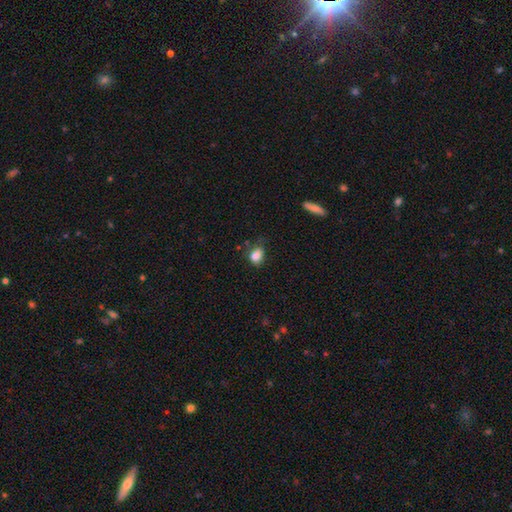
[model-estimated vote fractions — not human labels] smooth 83%, star or artifact 10%, featured or disk 7%. Down the decision tree: how rounded — in between (70%); merging — none (52%).